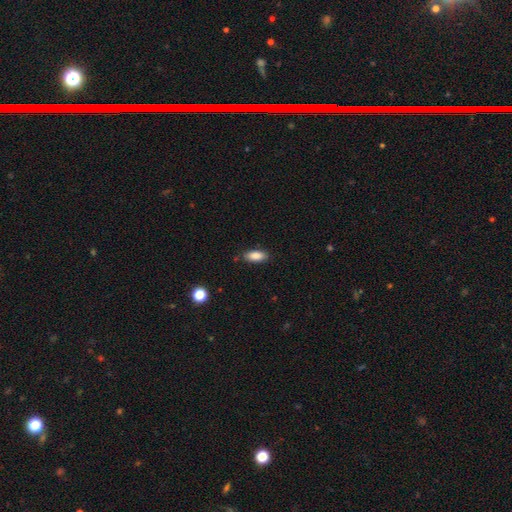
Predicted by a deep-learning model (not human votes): smooth_or_featured: smooth (p=0.86) [alt: star or artifact p=0.08]
how_rounded: in between (p=0.85) [alt: cigar-shaped p=0.12]
merging: none (p=0.84) [alt: minor disturbance p=0.12]